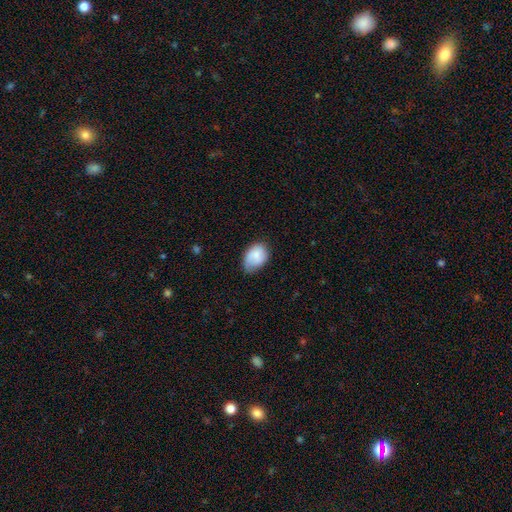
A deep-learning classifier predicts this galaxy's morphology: Smooth or featured? Predicted: smooth (p=0.78). How rounded? Predicted: in between (p=0.79). Merging? Predicted: none (p=0.52).